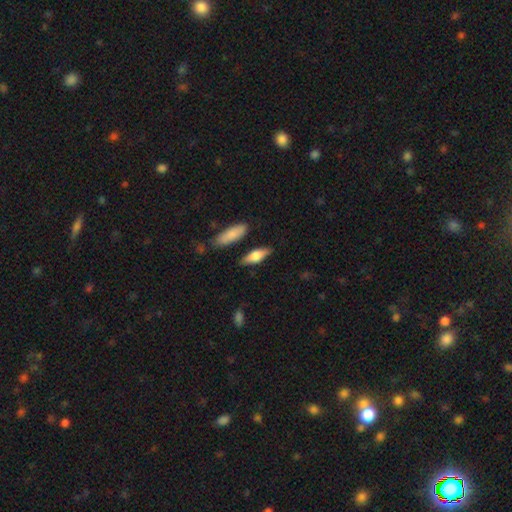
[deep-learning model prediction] A smooth galaxy with no disk features (63%) that is in between round and cigar-shaped (55%). Merging: none (81%).